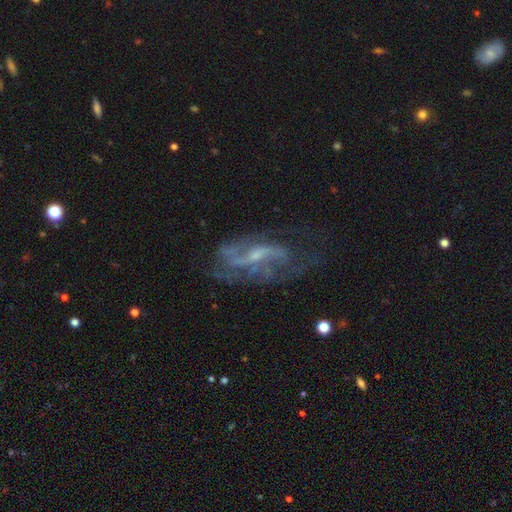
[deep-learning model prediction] Morphology: type=featured or disk (80%); edge-on=no (92%); bar=weak (49%); spiral arms=yes (84%); winding=loose (47%); arm count=2 (56%); bulge=small (59%); merging=none (52%).